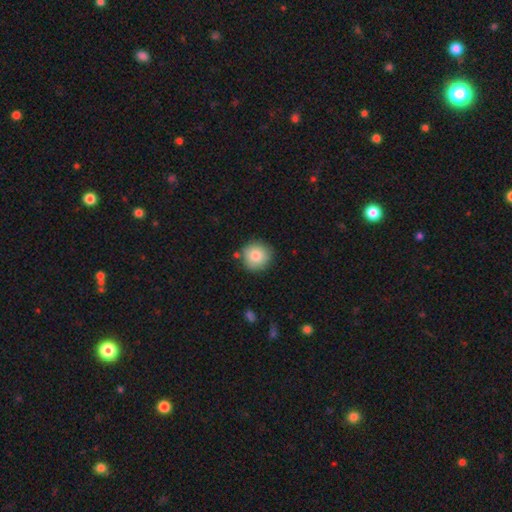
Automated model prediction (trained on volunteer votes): A smooth galaxy with no disk features (85%) that is round (94%).

Vote fractions:
- Smooth or featured? smooth: 85% / star or artifact: 8% / featured or disk: 8%
- How rounded? round: 94% / in between: 5% / cigar-shaped: 1%
- Merging? none: 83% / minor disturbance: 11% / merger: 3% / major disturbance: 2%